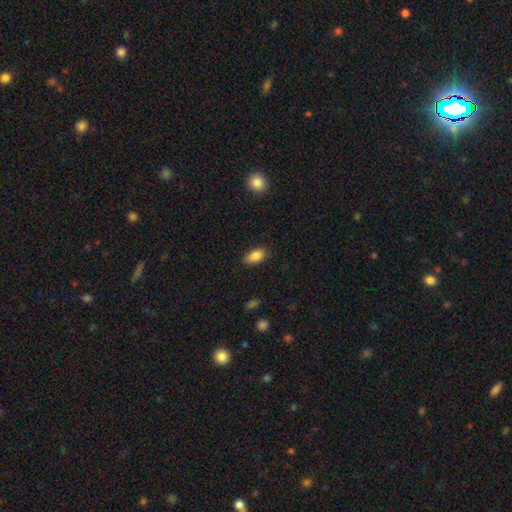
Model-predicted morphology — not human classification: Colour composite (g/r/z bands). It shows a smooth galaxy with no disk features (86%) that is in between round and cigar-shaped (91%). Merging: none (81%).